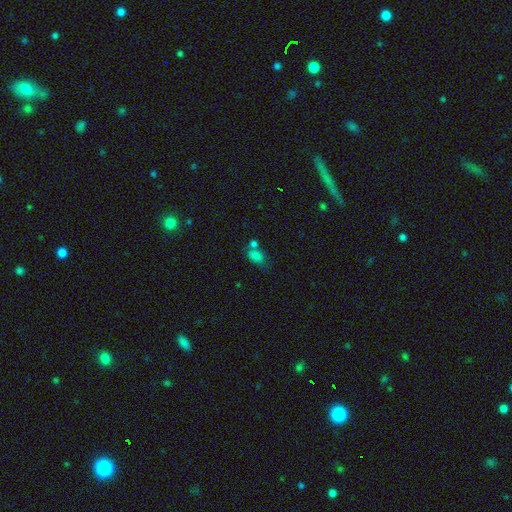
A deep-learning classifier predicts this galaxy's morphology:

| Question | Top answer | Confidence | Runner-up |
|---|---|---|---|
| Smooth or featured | smooth | 77% | star or artifact (15%) |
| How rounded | in between | 85% | round (12%) |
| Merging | none | 40% | merger (31%) |